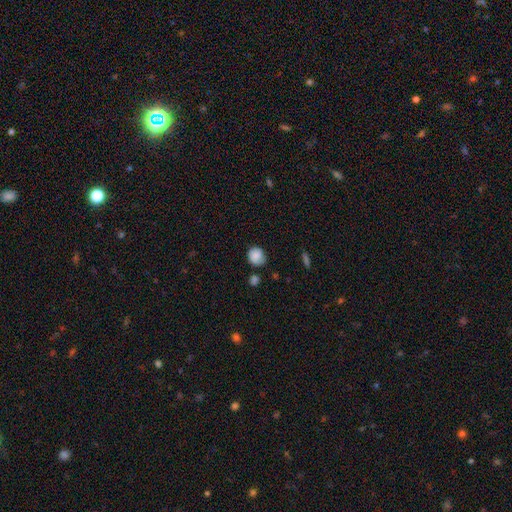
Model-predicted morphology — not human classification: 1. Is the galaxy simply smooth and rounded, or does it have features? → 83% smooth, 9% featured or disk, 9% star or artifact.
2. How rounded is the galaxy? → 75% round, 24% in between, 1% cigar-shaped.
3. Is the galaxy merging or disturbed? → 61% none, 28% minor disturbance, 7% major disturbance, 4% merger.